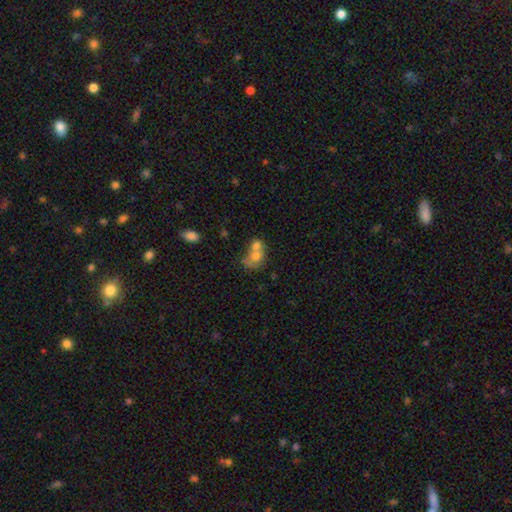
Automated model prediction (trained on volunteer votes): A smooth galaxy with no disk features (66%) that is round (58%).

Vote fractions:
- Smooth or featured? smooth: 66% / featured or disk: 24% / star or artifact: 10%
- How rounded? round: 58% / in between: 41% / cigar-shaped: 1%
- Merging? merger: 67% / none: 19% / minor disturbance: 8% / major disturbance: 6%